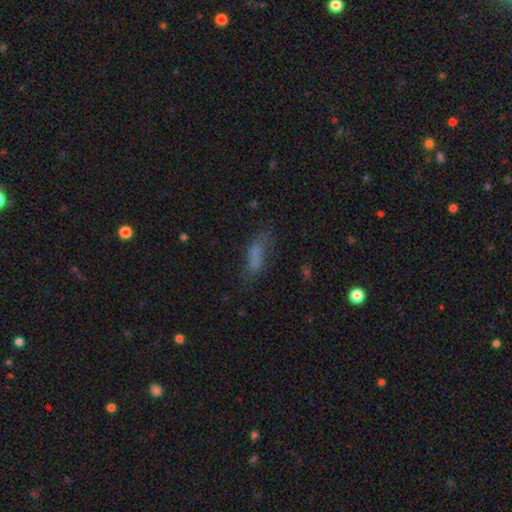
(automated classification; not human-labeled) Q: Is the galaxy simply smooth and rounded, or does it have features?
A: smooth — 63%.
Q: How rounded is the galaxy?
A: in between — 58%.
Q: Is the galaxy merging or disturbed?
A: none — 50%.